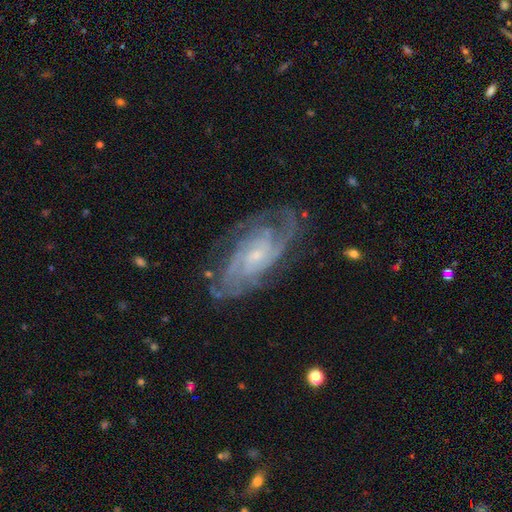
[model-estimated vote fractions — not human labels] This is clearly a featured or disk galaxy (88%). It is clearly not viewed edge-on (95%). Bar: likely no (60%). Spiral arm pattern: clearly yes (97%). Spiral arm count: marginally can't tell (28%, tied with 2). Spiral winding: possibly tight (58%). Central bulge: likely small (70%). Merging: likely none (73%).